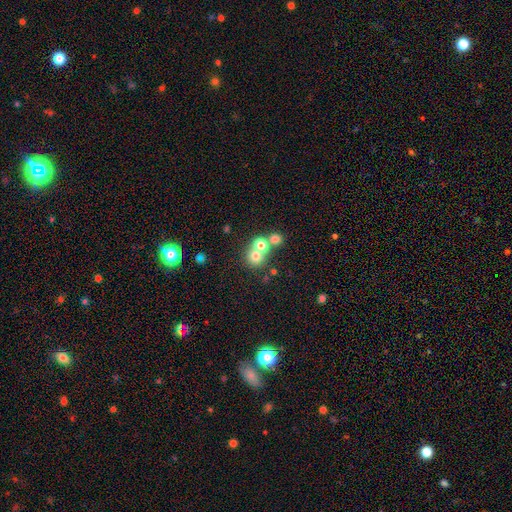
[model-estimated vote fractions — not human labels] Smooth or featured: smooth — 70% (featured or disk — 16%)
How rounded: round — 83% (in between — 16%)
Merging: merger — 51% (none — 41%)